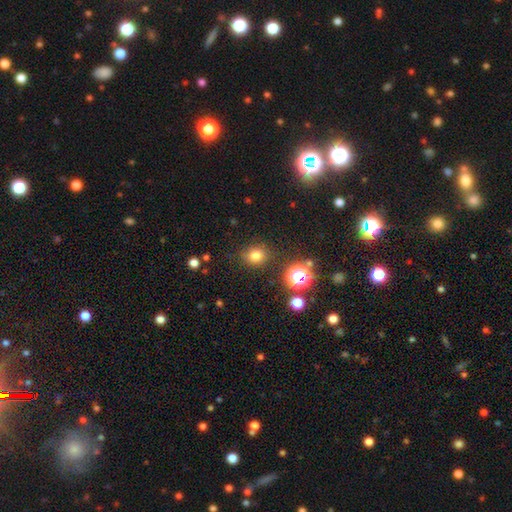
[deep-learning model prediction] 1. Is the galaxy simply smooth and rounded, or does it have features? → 76% smooth, 18% star or artifact, 7% featured or disk.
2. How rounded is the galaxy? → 78% round, 21% in between, 1% cigar-shaped.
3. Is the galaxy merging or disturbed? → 83% none, 11% minor disturbance, 4% major disturbance, 2% merger.